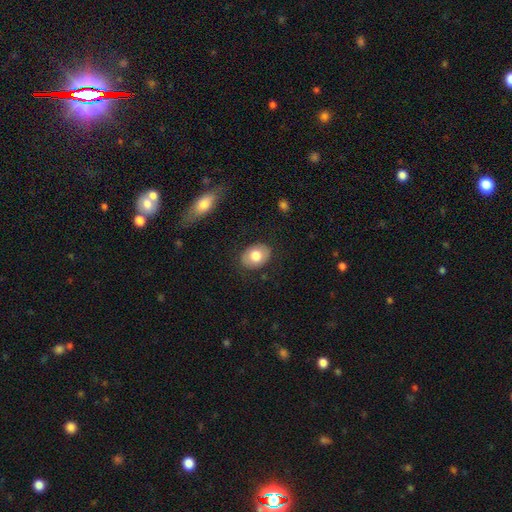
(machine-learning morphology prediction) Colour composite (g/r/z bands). It shows a smooth galaxy with no disk features (75%) that is in between round and cigar-shaped (69%). Merging: none (84%).